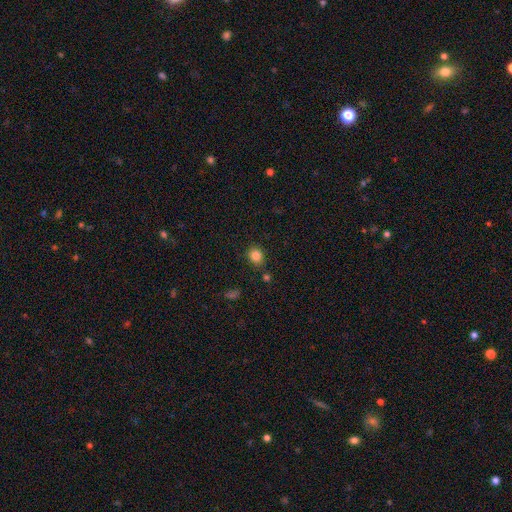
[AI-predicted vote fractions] smooth-or-featured: smooth: 83% | star or artifact: 11% | featured or disk: 5%
  how-rounded: round: 72% | in between: 27% | cigar-shaped: 1%
  merging: none: 84% | minor disturbance: 10% | merger: 4% | major disturbance: 3%